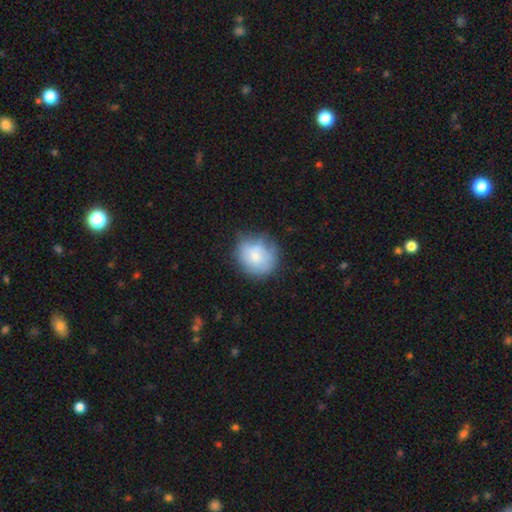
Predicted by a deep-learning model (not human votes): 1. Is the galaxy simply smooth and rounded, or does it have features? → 67% smooth, 25% featured or disk, 8% star or artifact.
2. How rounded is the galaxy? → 78% round, 21% in between, 1% cigar-shaped.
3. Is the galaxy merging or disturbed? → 58% none, 28% minor disturbance, 9% major disturbance, 4% merger.